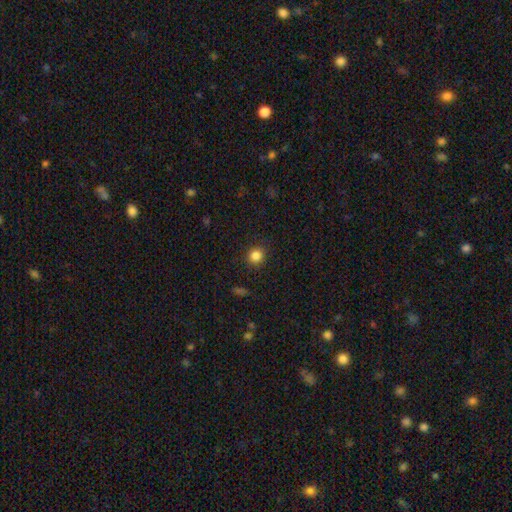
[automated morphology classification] Smooth or featured: smooth — 85% (star or artifact — 11%)
How rounded: round — 87% (in between — 12%)
Merging: none — 90% (minor disturbance — 6%)